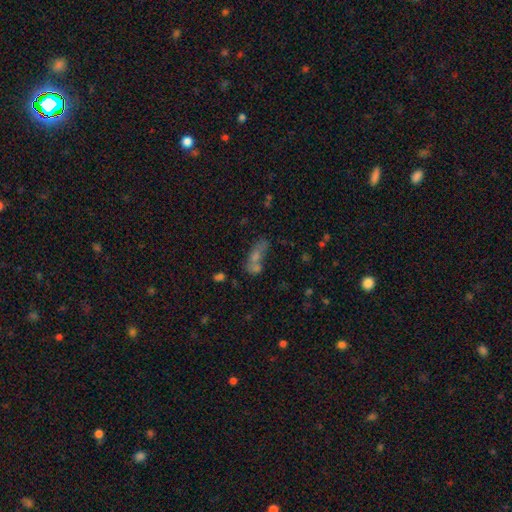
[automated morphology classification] This is possibly a smooth galaxy (51%). How rounded: possibly in between (59%). Merging: possibly merger (48%).